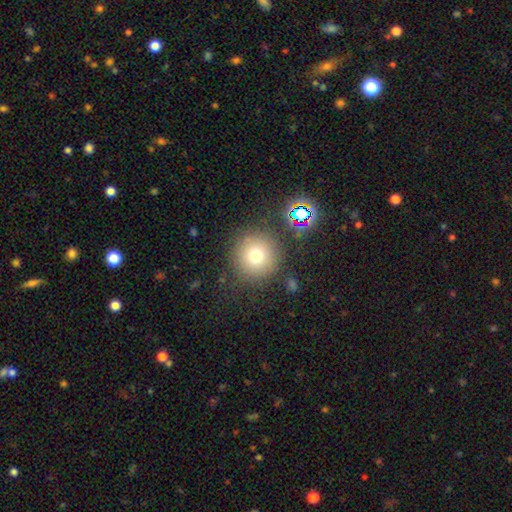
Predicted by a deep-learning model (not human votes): Smooth or featured?
  - smooth: 72% *
  - star or artifact: 17%
  - featured or disk: 11%
How rounded?
  - round: 95% *
  - in between: 4%
  - cigar-shaped: 1%
Merging?
  - none: 84% *
  - minor disturbance: 8%
  - major disturbance: 4%
  - merger: 4%